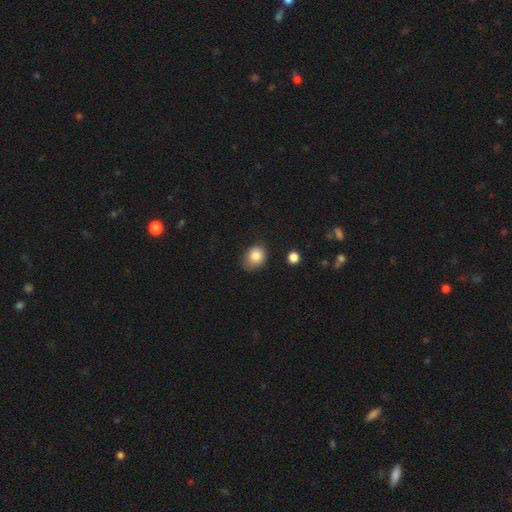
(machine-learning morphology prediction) This appears to be a smooth galaxy with no disk features (84%) that is round (53%). Merging: none (62%).